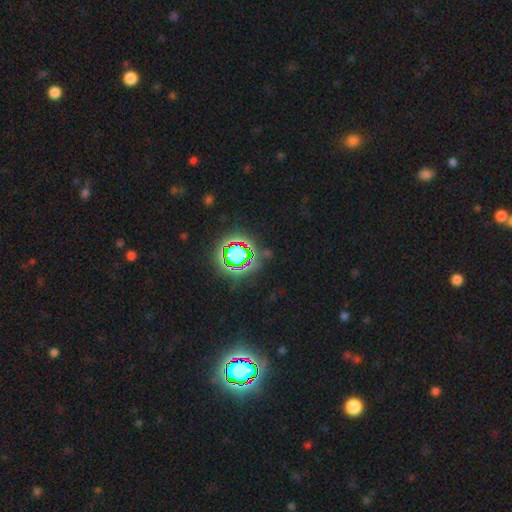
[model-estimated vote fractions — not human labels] Morphology: type=star or artifact (79%).